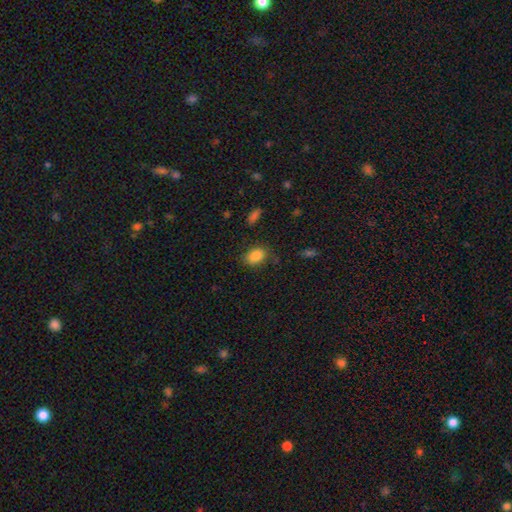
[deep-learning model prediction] The model was most divided on "merging": none: 76%, minor disturbance: 17%, major disturbance: 5%, merger: 2%. More confident: smooth or featured — smooth (86%); how rounded — in between (81%).